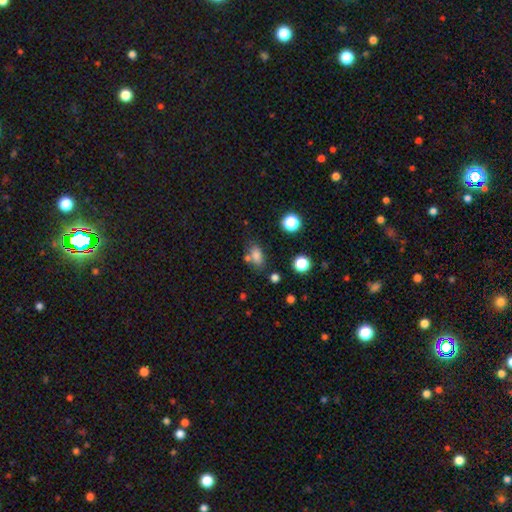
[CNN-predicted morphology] A smooth galaxy with no disk features (77%) that is in between round and cigar-shaped (81%). Merging: none (62%).